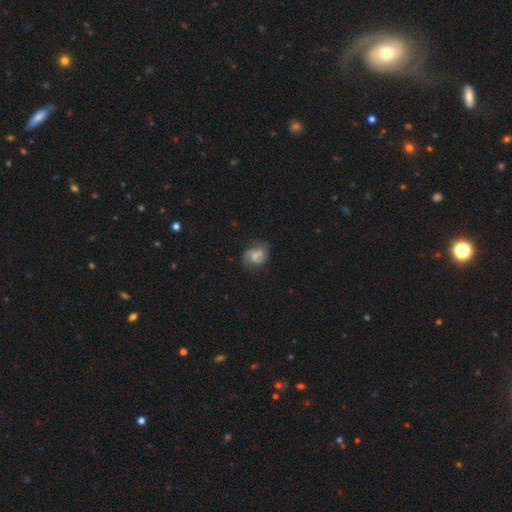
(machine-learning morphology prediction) smooth-or-featured: featured or disk: 56% | smooth: 36% | star or artifact: 8%
  disk-edge-on: no: 97% | yes: 3%
    bar: no: 54% | weak: 38% | strong: 8%
    has-spiral-arms: yes: 85% | no: 15%
    bulge-size: small: 35% | moderate: 32% | none: 23% | large: 8% | dominant: 2%
  merging: none: 58% | minor disturbance: 25% | major disturbance: 13% | merger: 4%